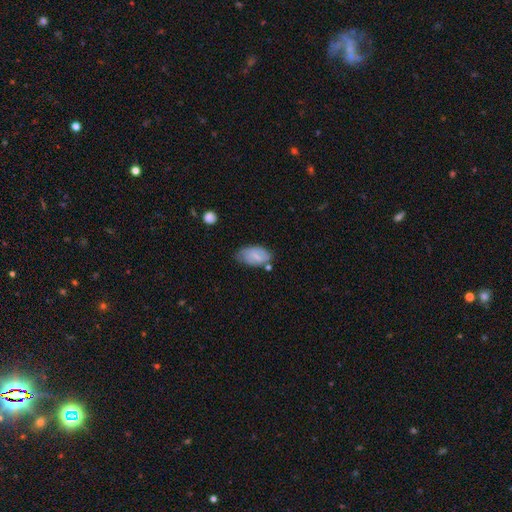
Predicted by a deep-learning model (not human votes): Morphology: type=smooth (63%); roundness=in between (93%); merging=none (50%).